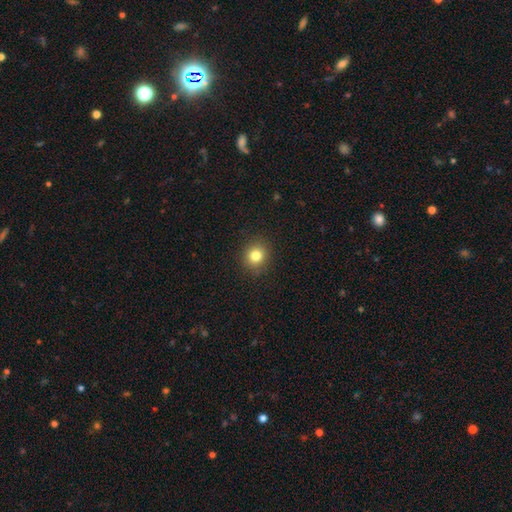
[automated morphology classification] Q: Smooth or featured?
A: smooth (81%); runner-up: star or artifact (12%)
Q: How rounded?
A: round (83%); runner-up: in between (16%)
Q: Merging?
A: none (90%); runner-up: minor disturbance (6%)